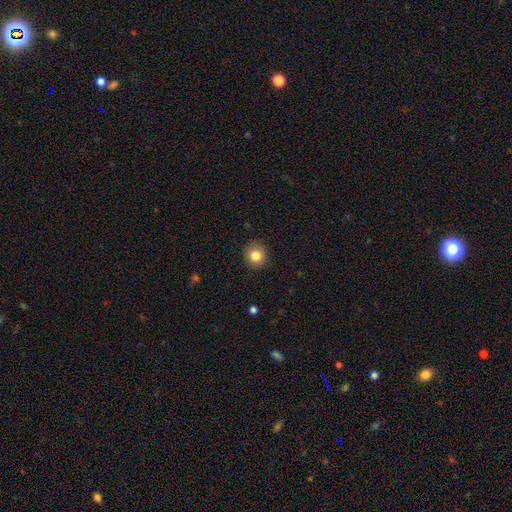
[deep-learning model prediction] smooth_or_featured: smooth (p=0.84) [alt: star or artifact p=0.10]
how_rounded: round (p=0.90) [alt: in between p=0.09]
merging: none (p=0.90) [alt: minor disturbance p=0.07]